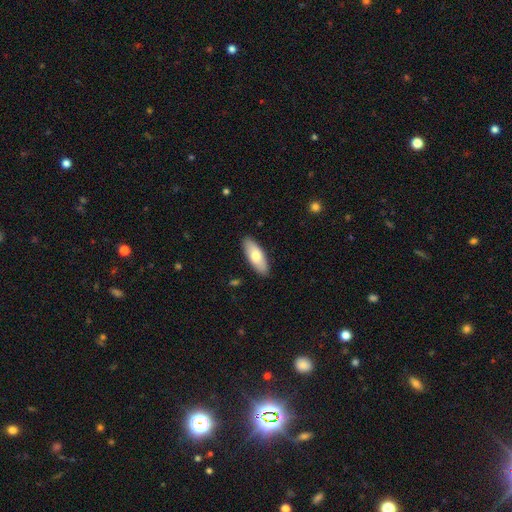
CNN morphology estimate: type=smooth (74%); roundness=in between (72%); merging=none (89%).